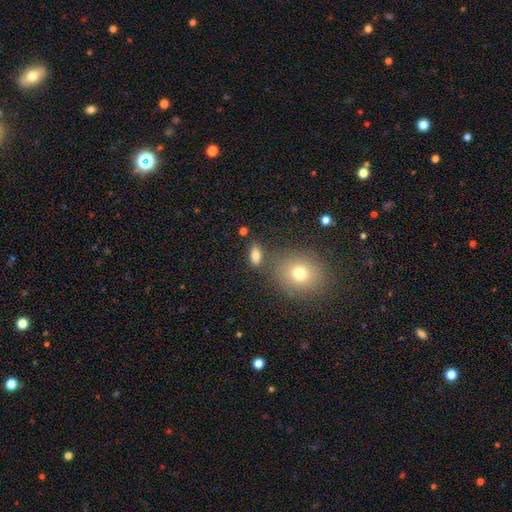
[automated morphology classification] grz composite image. It shows a smooth galaxy with no disk features (80%) that is in between round and cigar-shaped (82%). Merging: none (75%).